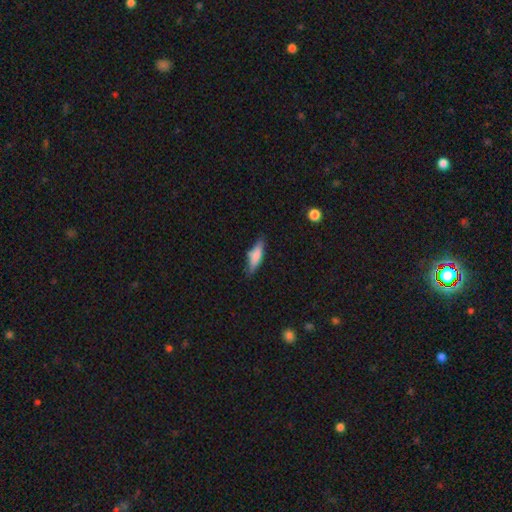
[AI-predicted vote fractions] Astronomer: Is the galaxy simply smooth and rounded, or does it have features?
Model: smooth — 74%.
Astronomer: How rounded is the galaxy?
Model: cigar-shaped — 59% (runner-up: in between, 39%).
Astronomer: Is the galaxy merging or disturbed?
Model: none — 74%.